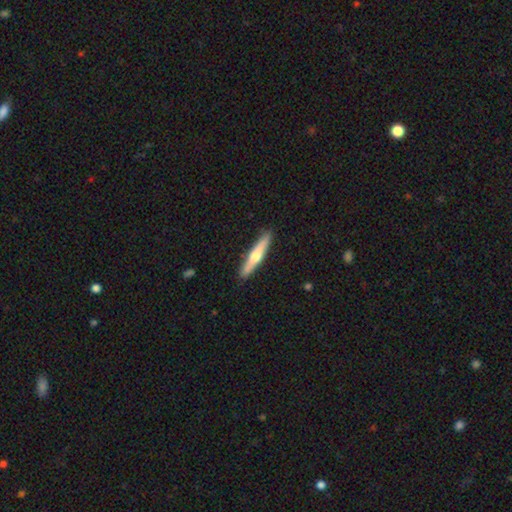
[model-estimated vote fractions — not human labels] Morphology: type=smooth (48%); merging=none (90%).